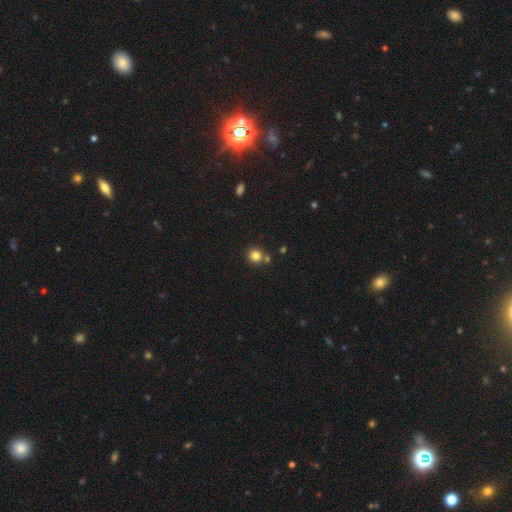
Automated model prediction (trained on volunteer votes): Overall: smooth (81%). How rounded: round (92%). Merging: none (72%).